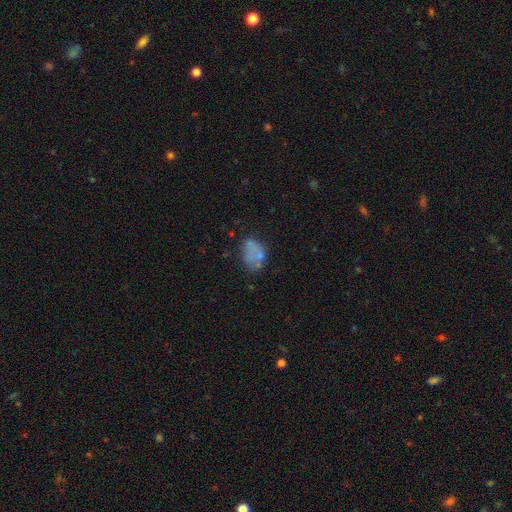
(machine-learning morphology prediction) type=smooth (61%); roundness=in between (76%); merging=none (44%).